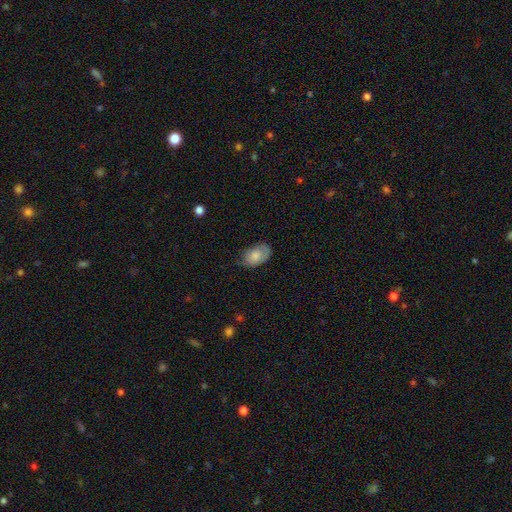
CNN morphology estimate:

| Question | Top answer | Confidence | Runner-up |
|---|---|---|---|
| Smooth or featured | smooth | 77% | featured or disk (17%) |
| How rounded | in between | 91% | round (7%) |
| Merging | none | 64% | minor disturbance (28%) |